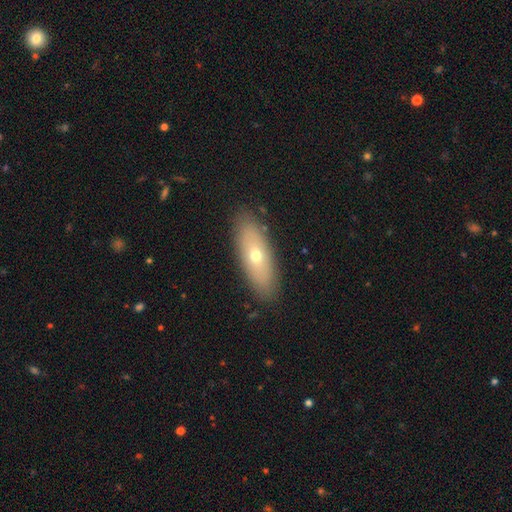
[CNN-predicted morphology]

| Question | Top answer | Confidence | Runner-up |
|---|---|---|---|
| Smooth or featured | smooth | 57% | featured or disk (35%) |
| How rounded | in between | 64% | cigar-shaped (32%) |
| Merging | none | 88% | minor disturbance (9%) |